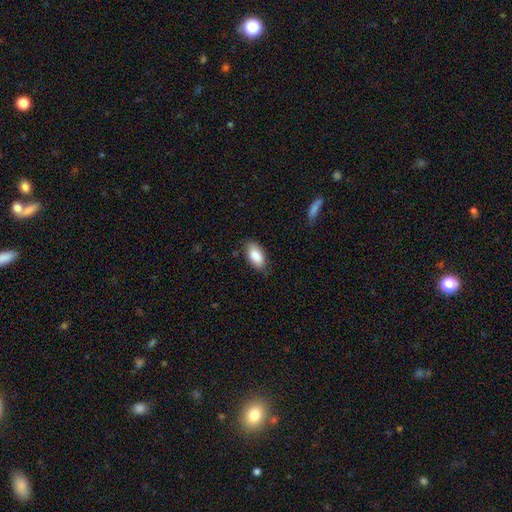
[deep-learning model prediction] A smooth galaxy with no disk features (86%) that is in between round and cigar-shaped (93%). Merging: none (78%).